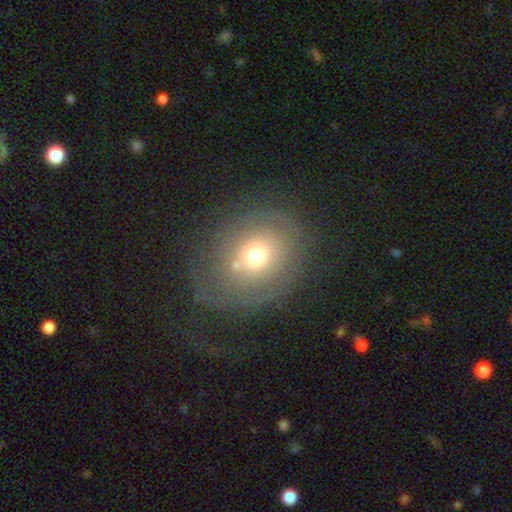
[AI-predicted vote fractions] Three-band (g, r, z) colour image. It shows a smooth galaxy with no disk features (53%) that is round (67%). Merging: none (66%).